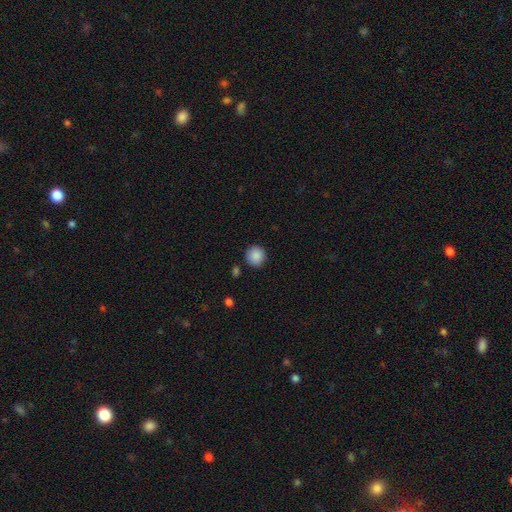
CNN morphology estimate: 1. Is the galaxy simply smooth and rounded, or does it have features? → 88% smooth, 8% star or artifact, 3% featured or disk.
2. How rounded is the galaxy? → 93% round, 6% in between, 1% cigar-shaped.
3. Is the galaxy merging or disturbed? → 88% none, 7% minor disturbance, 2% merger, 2% major disturbance.